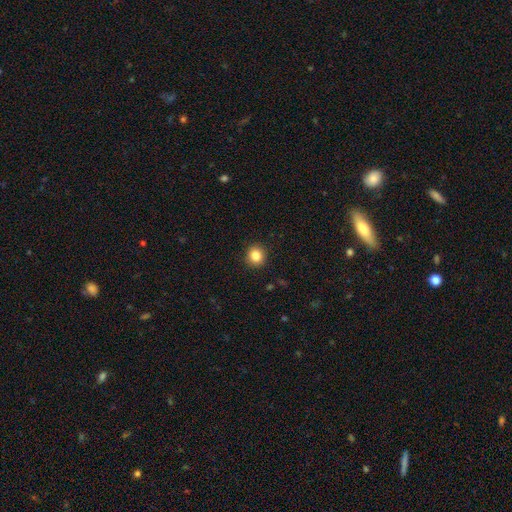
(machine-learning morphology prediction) This is clearly a smooth galaxy (85%). How rounded: clearly round (87%). Merging: clearly none (92%).